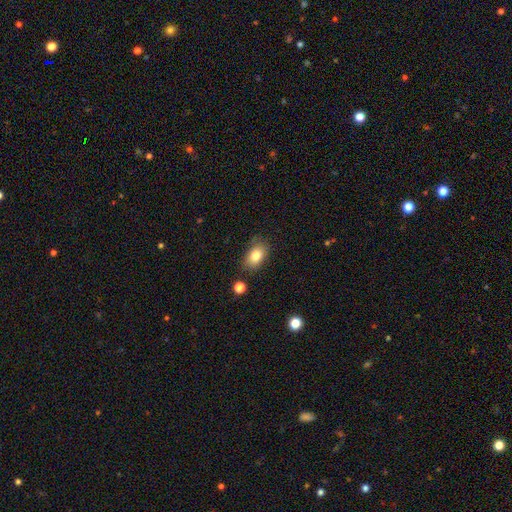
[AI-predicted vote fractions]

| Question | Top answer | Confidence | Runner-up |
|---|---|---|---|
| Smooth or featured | smooth | 81% | featured or disk (10%) |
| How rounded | in between | 85% | round (14%) |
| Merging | none | 76% | minor disturbance (16%) |